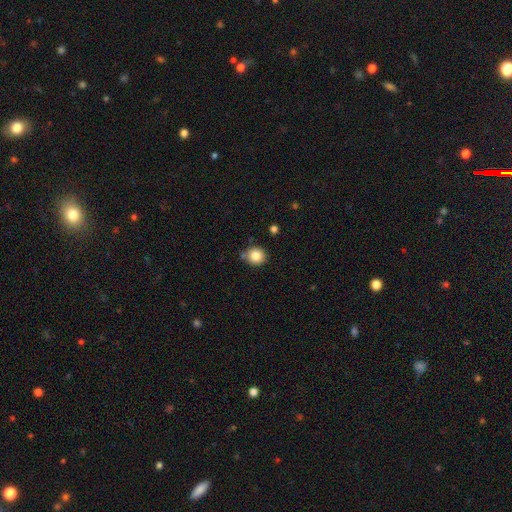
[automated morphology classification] This is clearly a smooth galaxy (84%). How rounded: clearly round (88%). Merging: likely none (76%).